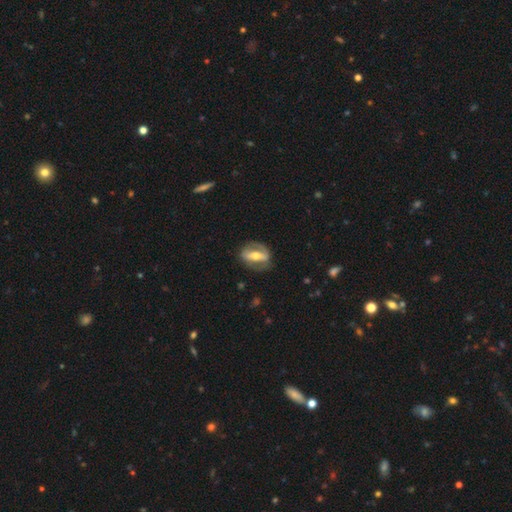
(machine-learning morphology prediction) smooth_or_featured: featured or disk (p=0.69) [alt: smooth p=0.25]
disk_edge_on: no (p=0.83) [alt: yes p=0.17]
bar: strong (p=0.66) [alt: weak p=0.19]
has_spiral_arms: no (p=0.55) [alt: yes p=0.45]
bulge_size: moderate (p=0.66) [alt: small p=0.24]
merging: none (p=0.73) [alt: minor disturbance p=0.16]